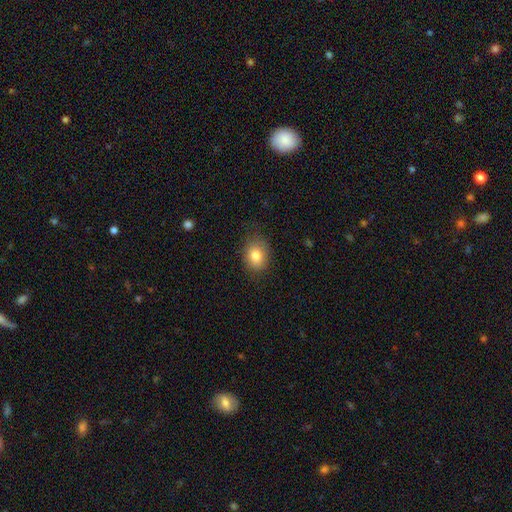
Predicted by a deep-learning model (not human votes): This is clearly a smooth galaxy (81%). How rounded: possibly in between (52%). Merging: likely none (79%).